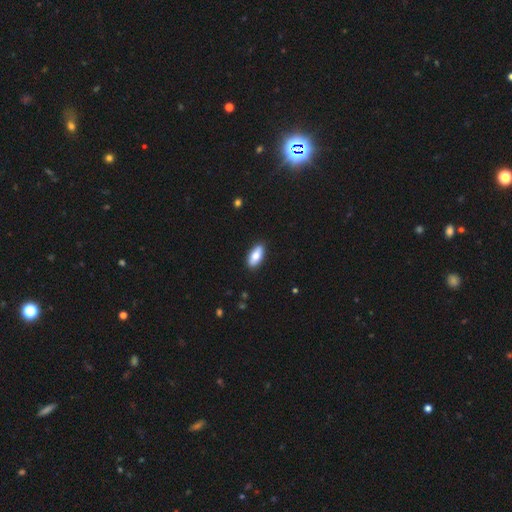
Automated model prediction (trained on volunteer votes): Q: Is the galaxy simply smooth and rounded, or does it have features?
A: smooth — 83%.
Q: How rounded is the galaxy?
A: in between — 86%.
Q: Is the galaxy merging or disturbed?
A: none — 88%.